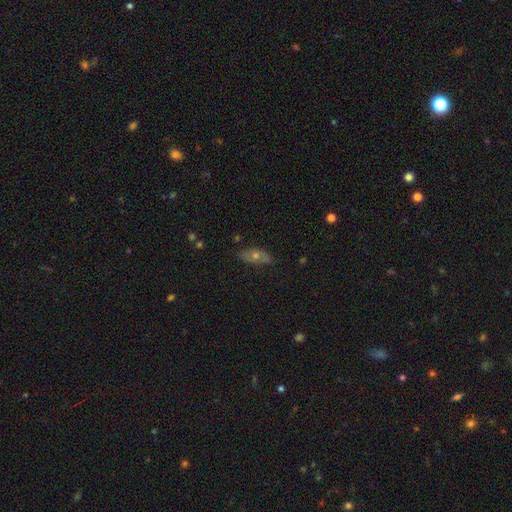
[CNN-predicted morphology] A featured or disk galaxy (44%). Merging: none (78%).